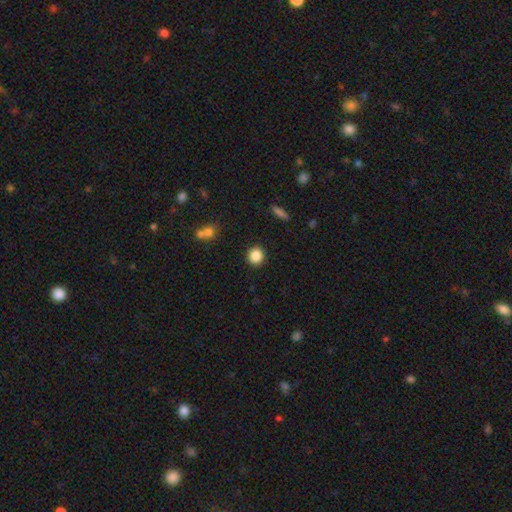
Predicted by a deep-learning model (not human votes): Smooth or featured?
  - smooth: 86% *
  - star or artifact: 9%
  - featured or disk: 4%
How rounded?
  - round: 89% *
  - in between: 10%
  - cigar-shaped: 1%
Merging?
  - none: 90% *
  - minor disturbance: 6%
  - major disturbance: 2%
  - merger: 2%